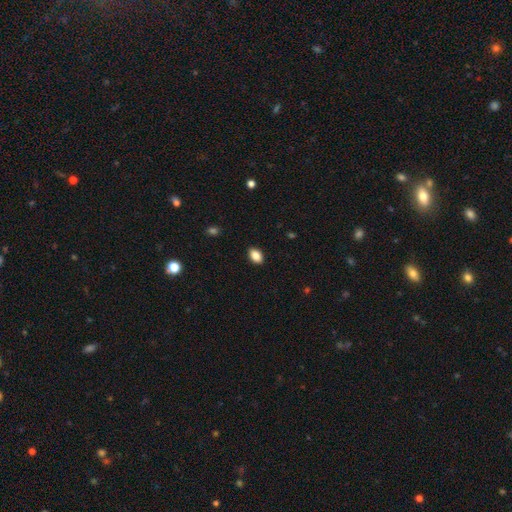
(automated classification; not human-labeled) A smooth galaxy with no disk features (86%) that is in between round and cigar-shaped (88%). Merging: none (89%).